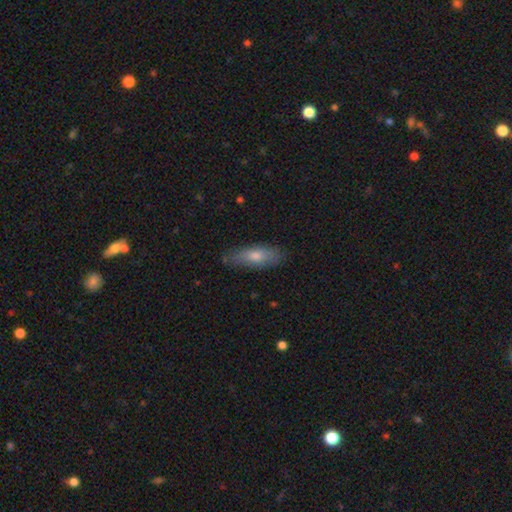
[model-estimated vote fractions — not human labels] smooth-or-featured: smooth: 67% | featured or disk: 26% | star or artifact: 7%
  how-rounded: in between: 54% | cigar-shaped: 43% | round: 3%
  merging: none: 78% | minor disturbance: 18% | major disturbance: 3% | merger: 1%